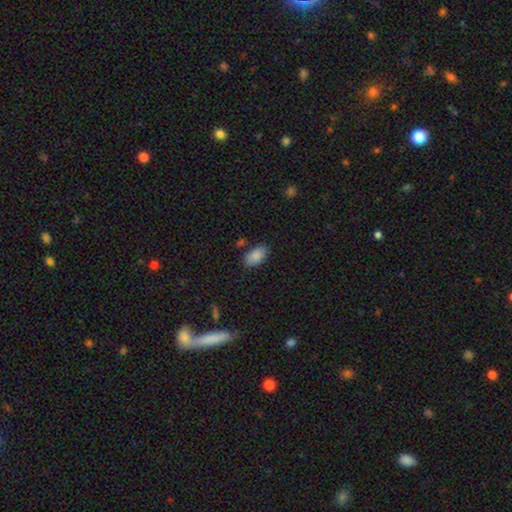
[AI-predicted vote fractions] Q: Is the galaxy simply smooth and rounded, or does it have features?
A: smooth — 87%.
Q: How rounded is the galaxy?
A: in between — 94%.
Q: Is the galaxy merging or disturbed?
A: none — 81%.